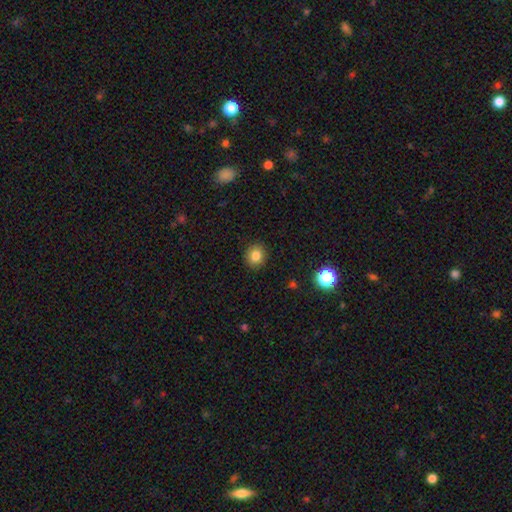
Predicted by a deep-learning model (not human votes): A smooth galaxy with no disk features (83%) that is round (77%).

Vote fractions:
- Smooth or featured? smooth: 83% / star or artifact: 11% / featured or disk: 6%
- How rounded? round: 77% / in between: 22% / cigar-shaped: 1%
- Merging? none: 90% / minor disturbance: 7% / major disturbance: 2% / merger: 1%